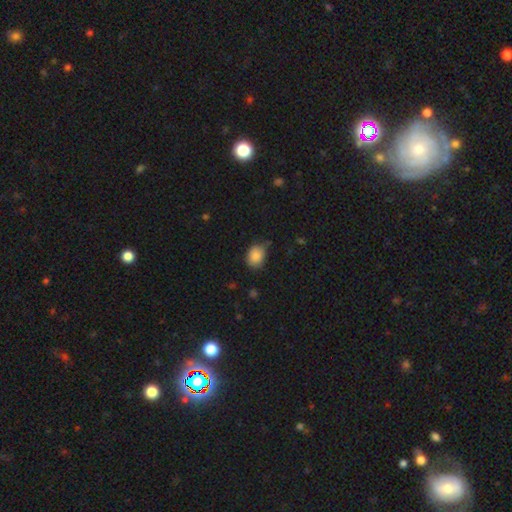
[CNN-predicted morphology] smooth_or_featured: smooth (p=0.86) [alt: star or artifact p=0.08]
how_rounded: in between (p=0.59) [alt: round p=0.40]
merging: none (p=0.68) [alt: minor disturbance p=0.25]